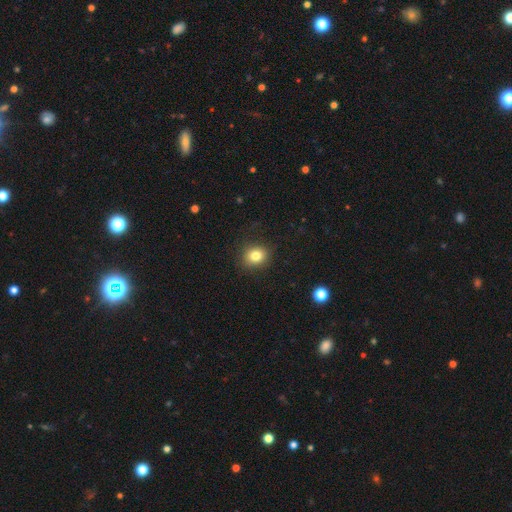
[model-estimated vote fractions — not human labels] smooth_or_featured: smooth (p=0.81) [alt: star or artifact p=0.11]
how_rounded: round (p=0.67) [alt: in between p=0.32]
merging: none (p=0.88) [alt: minor disturbance p=0.09]